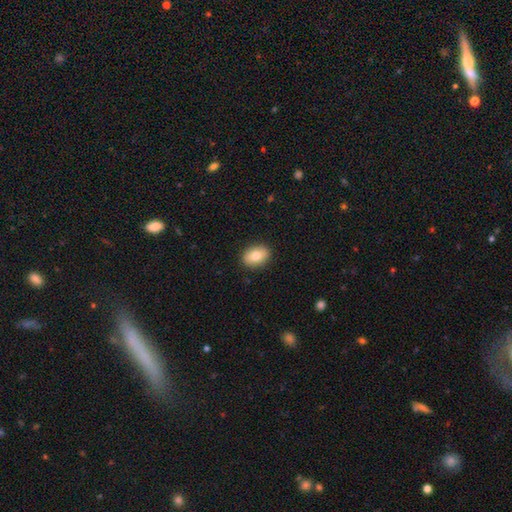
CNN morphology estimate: This appears to be a smooth galaxy with no disk features (80%) that is in between round and cigar-shaped (75%). Merging: none (89%).